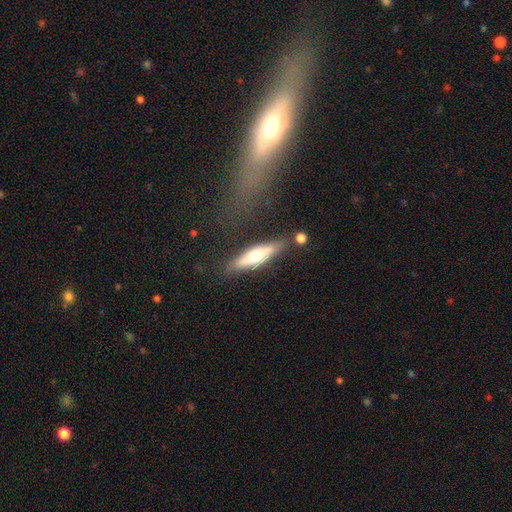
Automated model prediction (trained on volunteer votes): smooth-or-featured: smooth: 50% | featured or disk: 44% | star or artifact: 6%
  merging: none: 78% | minor disturbance: 13% | merger: 5% | major disturbance: 4%